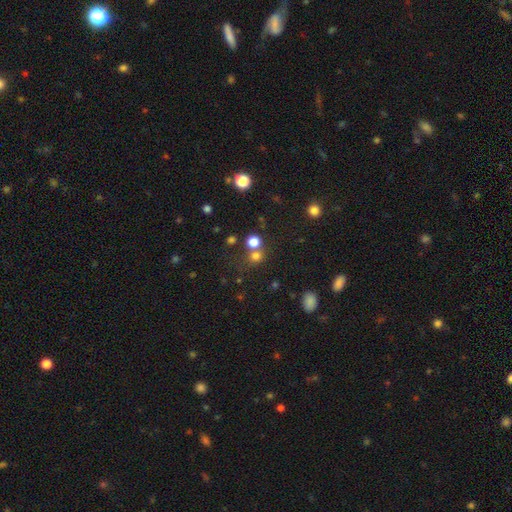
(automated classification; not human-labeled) A smooth galaxy with no disk features (72%) that is round (85%).

Vote fractions:
- Smooth or featured? smooth: 72% / star or artifact: 20% / featured or disk: 7%
- How rounded? round: 85% / in between: 14% / cigar-shaped: 1%
- Merging? none: 59% / merger: 30% / minor disturbance: 8% / major disturbance: 4%